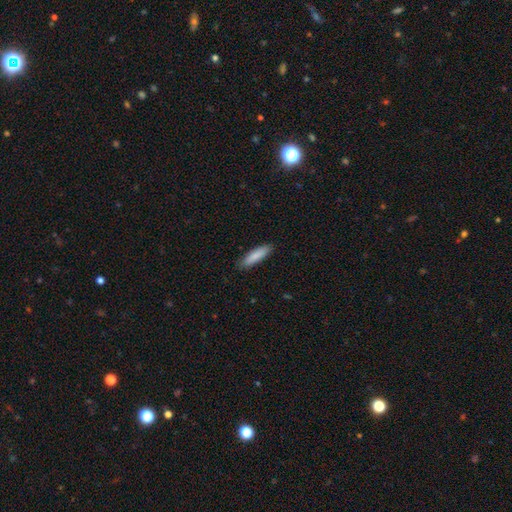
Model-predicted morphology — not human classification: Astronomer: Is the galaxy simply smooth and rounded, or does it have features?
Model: smooth — 87%.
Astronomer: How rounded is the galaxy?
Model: cigar-shaped — 69%.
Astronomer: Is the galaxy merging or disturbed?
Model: none — 87%.